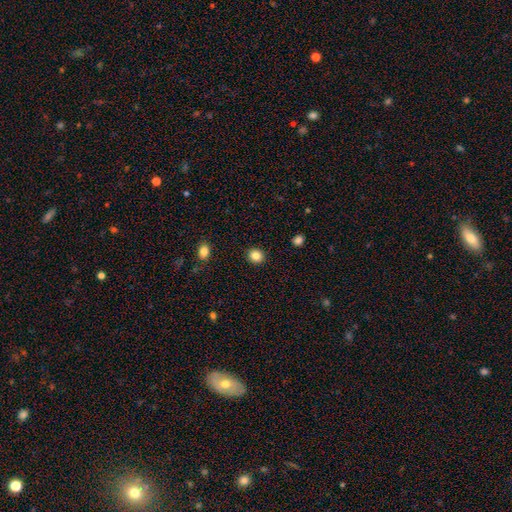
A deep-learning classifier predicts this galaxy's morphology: smooth_or_featured: smooth (p=0.85) [alt: star or artifact p=0.11]
how_rounded: round (p=0.79) [alt: in between p=0.20]
merging: none (p=0.91) [alt: minor disturbance p=0.06]